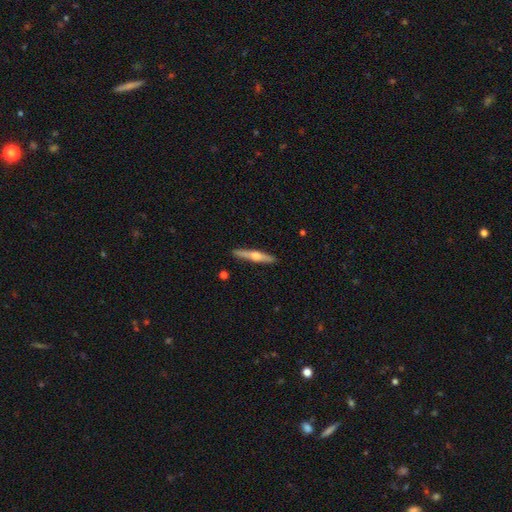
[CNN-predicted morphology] Smooth or featured? Predicted: featured or disk (p=0.62). Edge-on disk? Predicted: yes (p=0.97). Edge-on bulge? Predicted: rounded (p=0.92). Merging? Predicted: none (p=0.89).